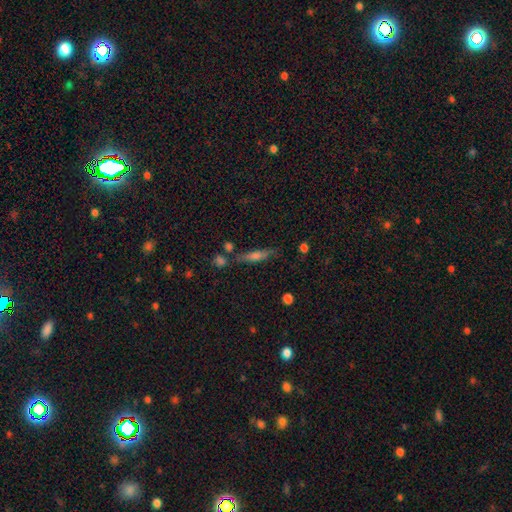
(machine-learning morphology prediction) A featured or disk galaxy (45%).

Vote fractions:
- Smooth or featured? featured or disk: 45% / smooth: 43% / star or artifact: 12%
- Merging? none: 72% / minor disturbance: 15% / merger: 9% / major disturbance: 5%